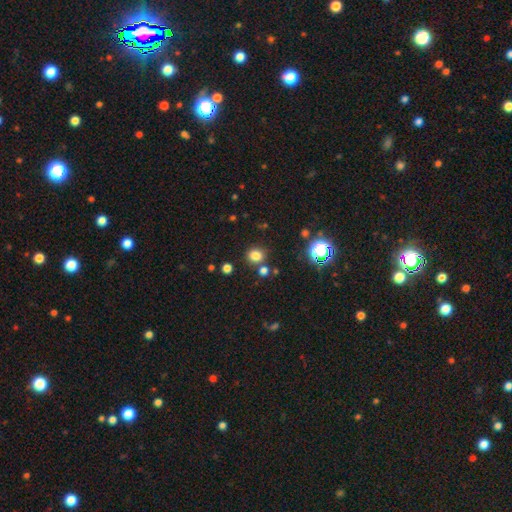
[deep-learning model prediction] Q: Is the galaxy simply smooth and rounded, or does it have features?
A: smooth — 78%.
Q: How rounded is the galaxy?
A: round — 81%.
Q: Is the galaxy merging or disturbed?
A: none — 80%.